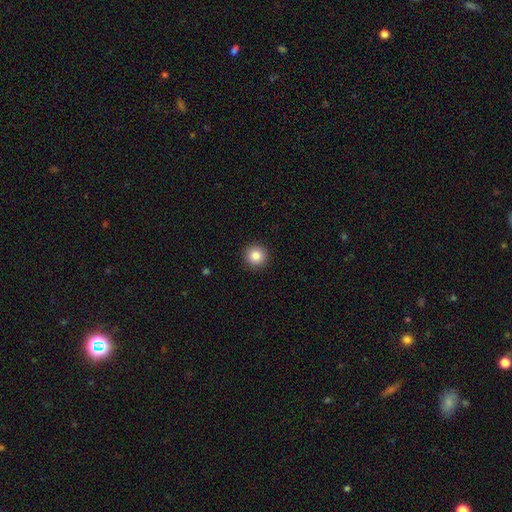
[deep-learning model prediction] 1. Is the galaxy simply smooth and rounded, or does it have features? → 85% smooth, 10% star or artifact, 5% featured or disk.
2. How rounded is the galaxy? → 95% round, 4% in between, 1% cigar-shaped.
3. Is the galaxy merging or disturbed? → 93% none, 5% minor disturbance, 2% major disturbance, 1% merger.